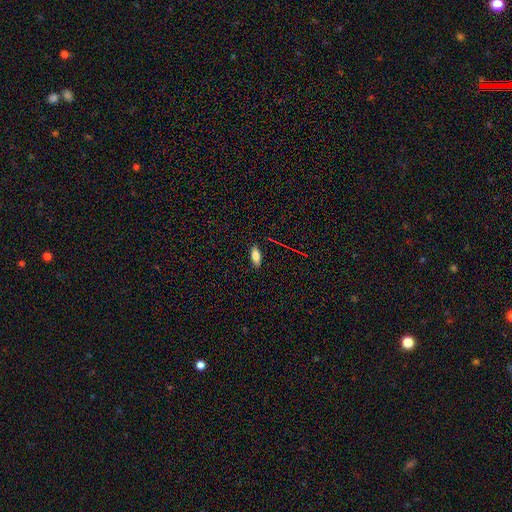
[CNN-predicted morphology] smooth-or-featured: smooth: 77% | featured or disk: 12% | star or artifact: 10%
  how-rounded: in between: 81% | cigar-shaped: 16% | round: 3%
  merging: none: 87% | minor disturbance: 10% | major disturbance: 2% | merger: 1%